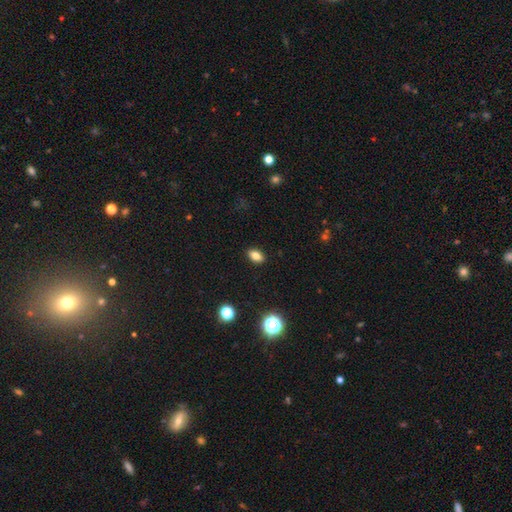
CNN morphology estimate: type=smooth (80%); roundness=in between (83%); merging=none (89%).